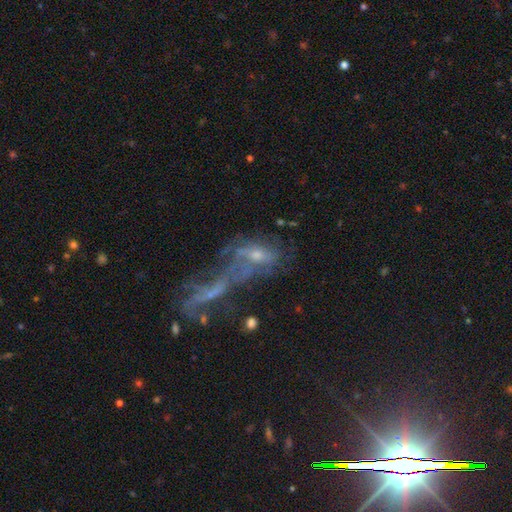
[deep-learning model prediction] smooth-or-featured: featured or disk: 55% | smooth: 28% | star or artifact: 17%
  disk-edge-on: no: 89% | yes: 11%
  merging: merger: 54% | major disturbance: 21% | none: 16% | minor disturbance: 9%